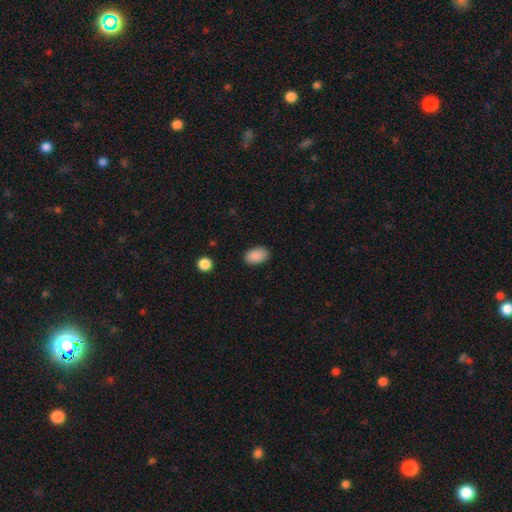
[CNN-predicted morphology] A smooth galaxy with no disk features (89%) that is in between round and cigar-shaped (90%).

Vote fractions:
- Smooth or featured? smooth: 89% / star or artifact: 8% / featured or disk: 3%
- How rounded? in between: 90% / round: 8% / cigar-shaped: 1%
- Merging? none: 87% / minor disturbance: 10% / major disturbance: 2% / merger: 1%